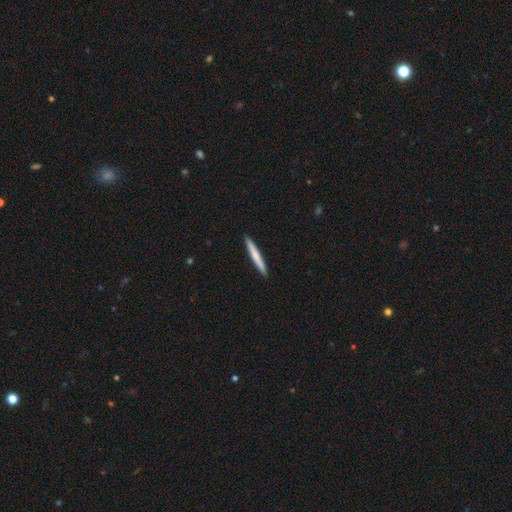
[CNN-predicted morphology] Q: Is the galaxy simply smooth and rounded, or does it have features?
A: smooth — 69%.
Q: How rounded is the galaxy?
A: cigar-shaped — 96%.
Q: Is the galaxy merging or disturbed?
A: none — 93%.